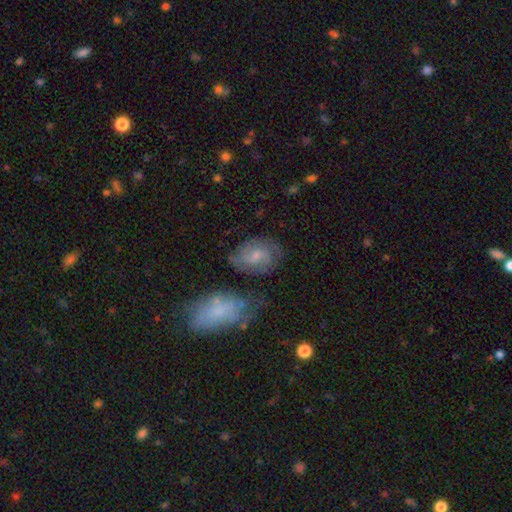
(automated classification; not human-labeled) Morphology: type=featured or disk (65%); edge-on=no (97%); bar=weak (49%); spiral arms=yes (90%); winding=medium (47%); arm count=2 (67%); bulge=small (47%); merging=none (63%).